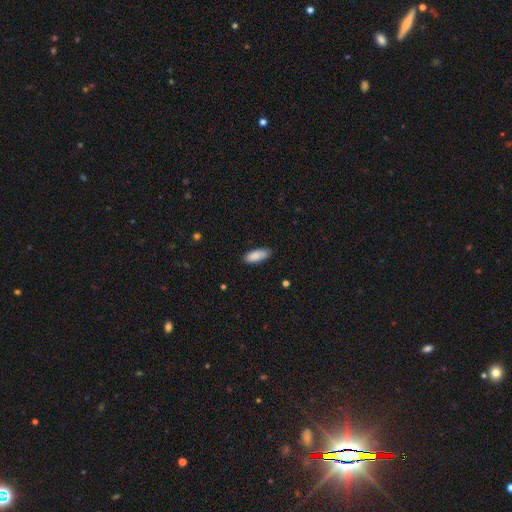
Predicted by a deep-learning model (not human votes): Smooth or featured? Predicted: smooth (p=0.88). How rounded? Predicted: in between (p=0.76). Merging? Predicted: none (p=0.79).